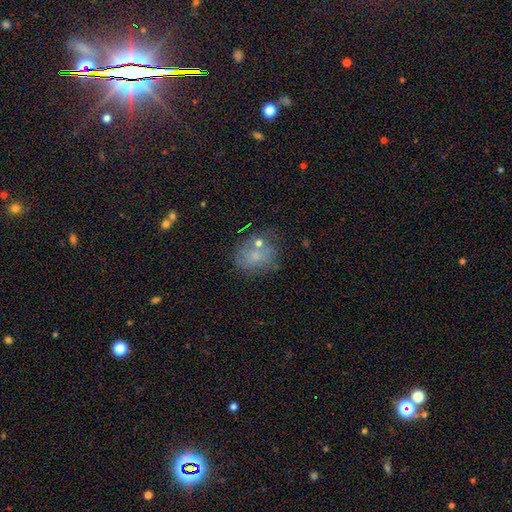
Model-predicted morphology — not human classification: smooth_or_featured: smooth (p=0.62) [alt: featured or disk p=0.24]
how_rounded: round (p=0.59) [alt: in between p=0.40]
merging: none (p=0.60) [alt: minor disturbance p=0.20]